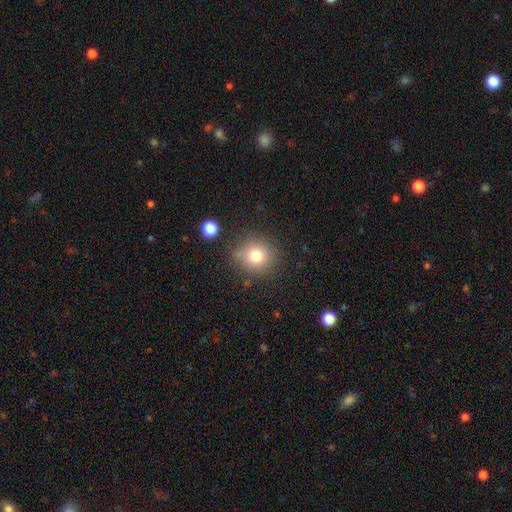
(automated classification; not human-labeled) A smooth galaxy with no disk features (77%) that is round (90%).

Vote fractions:
- Smooth or featured? smooth: 77% / star or artifact: 13% / featured or disk: 10%
- How rounded? round: 90% / in between: 9% / cigar-shaped: 1%
- Merging? none: 78% / minor disturbance: 13% / merger: 5% / major disturbance: 4%